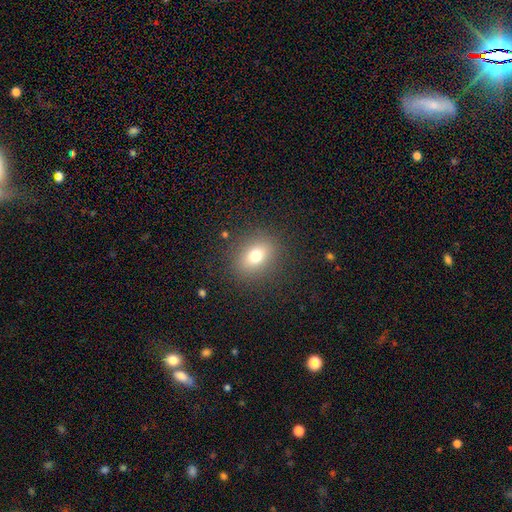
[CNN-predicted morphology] Q: Smooth or featured?
A: smooth (73%); runner-up: star or artifact (14%)
Q: How rounded?
A: round (55%); runner-up: in between (44%)
Q: Merging?
A: none (87%); runner-up: minor disturbance (8%)